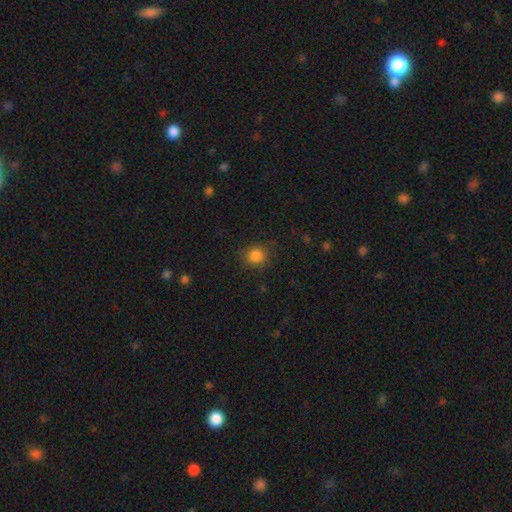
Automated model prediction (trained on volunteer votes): This appears to be a smooth galaxy with no disk features (84%) that is round (85%). Merging: none (85%).